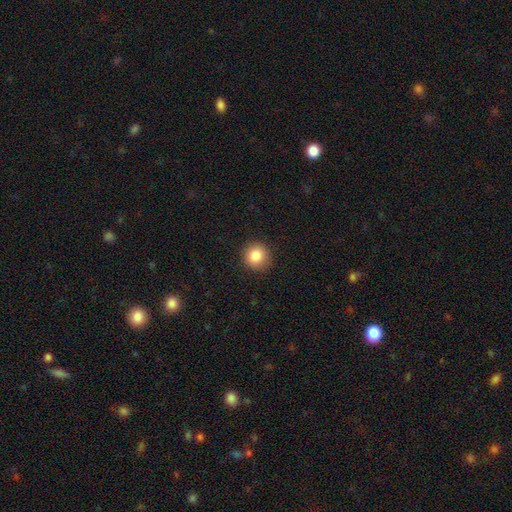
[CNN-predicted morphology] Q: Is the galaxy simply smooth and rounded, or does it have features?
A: smooth — 85%.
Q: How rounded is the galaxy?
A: round — 93%.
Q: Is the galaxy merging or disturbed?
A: none — 90%.